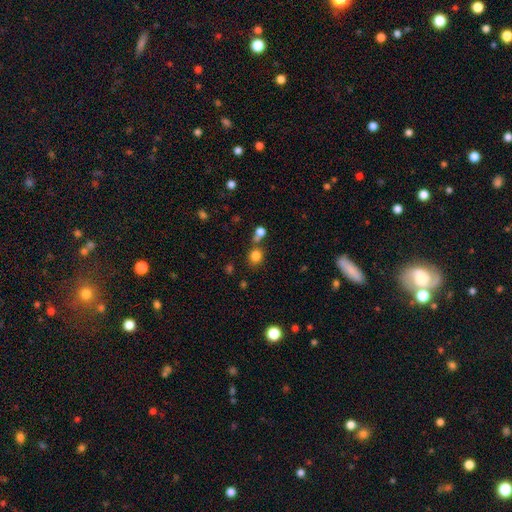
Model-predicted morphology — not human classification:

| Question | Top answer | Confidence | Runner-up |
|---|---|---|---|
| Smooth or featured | smooth | 81% | star or artifact (13%) |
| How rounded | round | 78% | in between (21%) |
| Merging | none | 66% | merger (19%) |